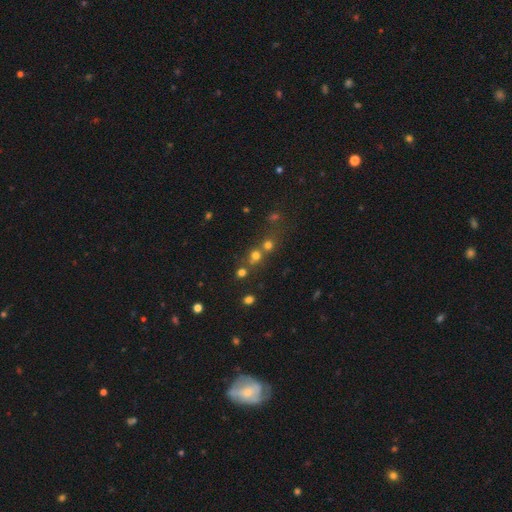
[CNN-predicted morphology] Smooth or featured?
  - smooth: 62% *
  - star or artifact: 26%
  - featured or disk: 11%
How rounded?
  - round: 85% *
  - in between: 14%
  - cigar-shaped: 1%
Merging?
  - none: 49% *
  - merger: 40%
  - minor disturbance: 7%
  - major disturbance: 4%